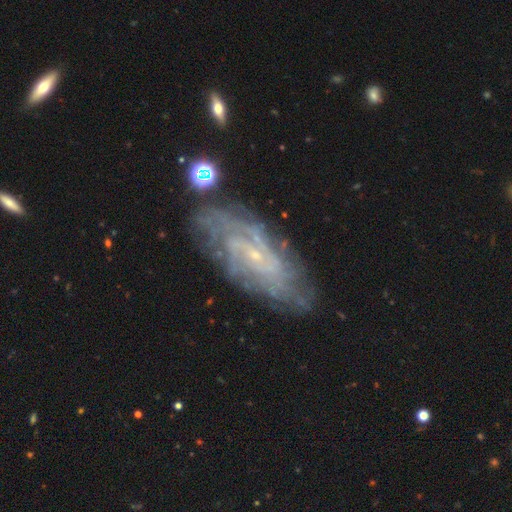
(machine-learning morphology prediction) Smooth or featured? Predicted: featured or disk (p=0.84). Edge-on disk? Predicted: no (p=0.92). Bar? Predicted: no (p=0.55). Spiral arms? Predicted: yes (p=0.93). Spiral winding? Predicted: tight (p=0.64). Spiral arm count? Predicted: can't tell (p=0.45). Bulge size? Predicted: small (p=0.85). Merging? Predicted: none (p=0.74).